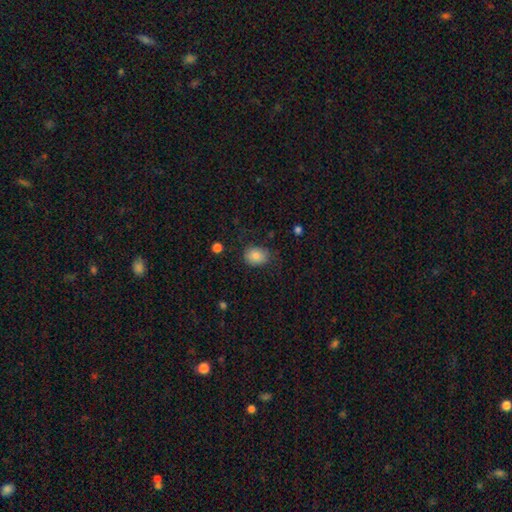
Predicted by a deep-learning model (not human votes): Smooth or featured? smooth (84%)
How rounded? in between (63%)
Merging? none (71%)